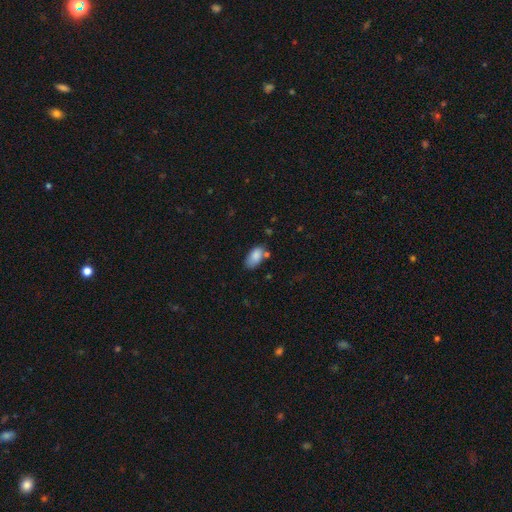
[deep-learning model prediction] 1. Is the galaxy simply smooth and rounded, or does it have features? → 84% smooth, 8% featured or disk, 8% star or artifact.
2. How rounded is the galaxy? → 93% in between, 5% round, 2% cigar-shaped.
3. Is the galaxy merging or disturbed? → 57% none, 25% minor disturbance, 12% merger, 6% major disturbance.